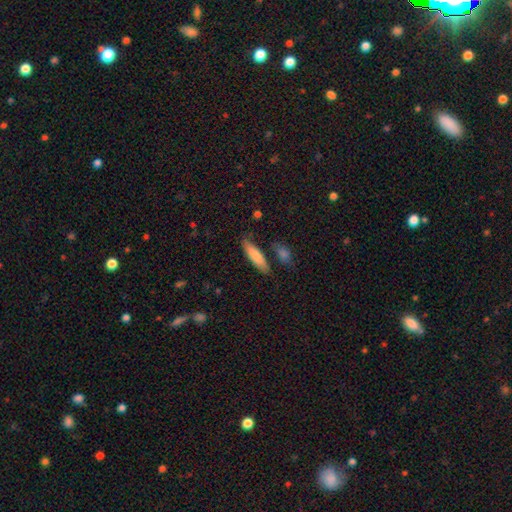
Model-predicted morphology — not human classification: A smooth galaxy with no disk features (79%) that is cigar-shaped (70%). Merging: none (78%).